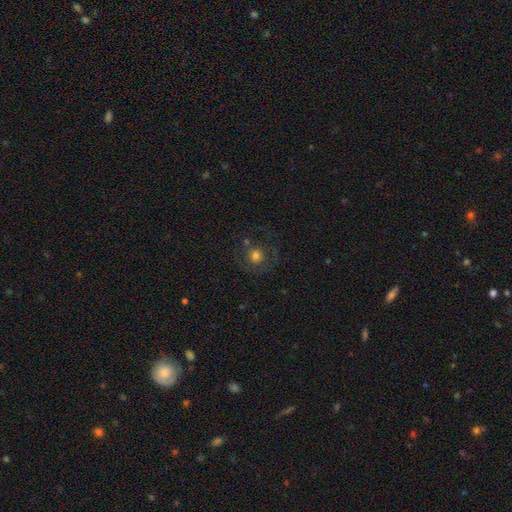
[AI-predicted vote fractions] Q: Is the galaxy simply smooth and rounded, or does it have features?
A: smooth — 62%.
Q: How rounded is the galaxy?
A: round — 91%.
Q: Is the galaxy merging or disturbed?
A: none — 66%.